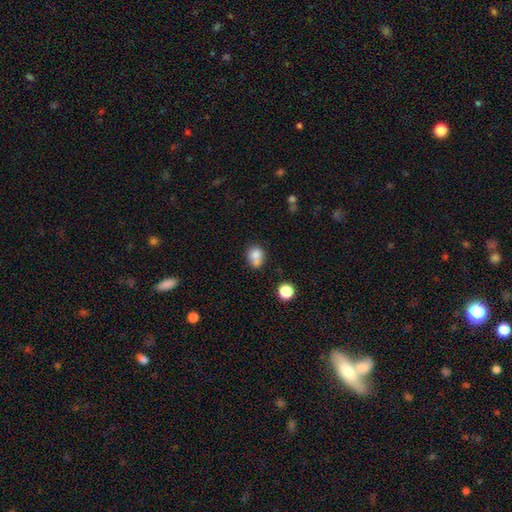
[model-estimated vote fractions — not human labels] The model was most divided on "how rounded": round: 58%, in between: 41%, cigar-shaped: 1%. Remaining: smooth or featured — smooth (79%); merging — none (48%).